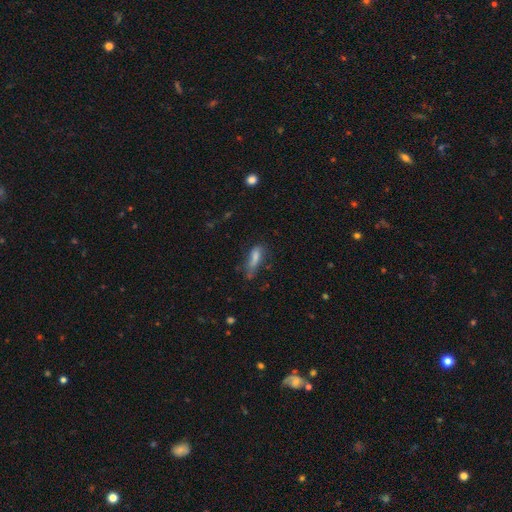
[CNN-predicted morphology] Smooth or featured: smooth — 65% (featured or disk — 21%)
How rounded: cigar-shaped — 59% (in between — 38%)
Merging: none — 50% (minor disturbance — 30%)